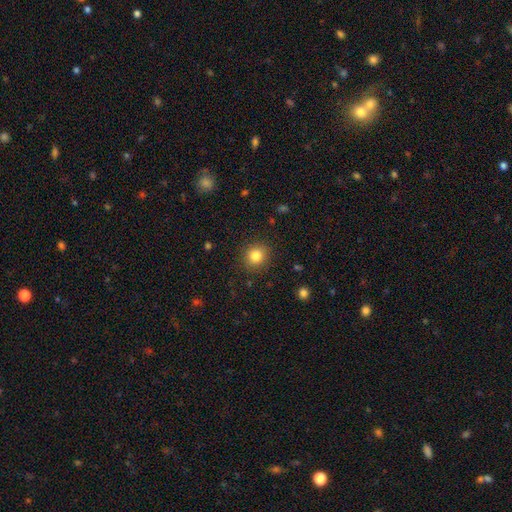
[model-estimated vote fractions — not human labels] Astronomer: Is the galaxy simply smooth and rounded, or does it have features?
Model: smooth — 82%.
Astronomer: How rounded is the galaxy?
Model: round — 86%.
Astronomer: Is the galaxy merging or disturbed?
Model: none — 88%.